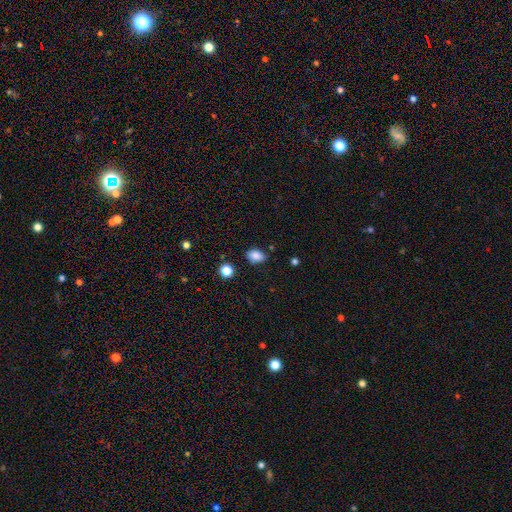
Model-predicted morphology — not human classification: This is clearly a smooth galaxy (85%). How rounded: clearly in between (81%). Merging: likely none (78%).